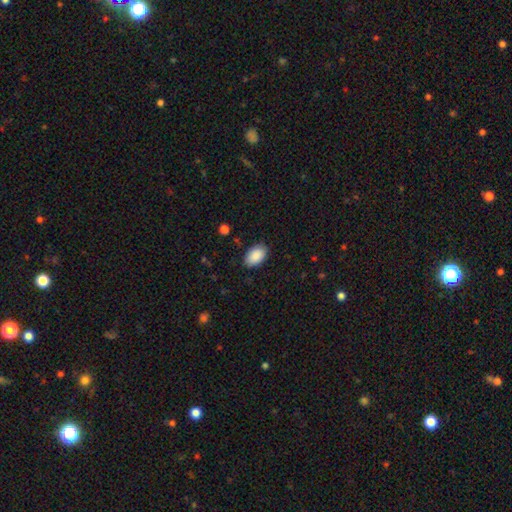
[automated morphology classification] Overall: smooth (90%). How rounded: in between (92%). Merging: none (85%).